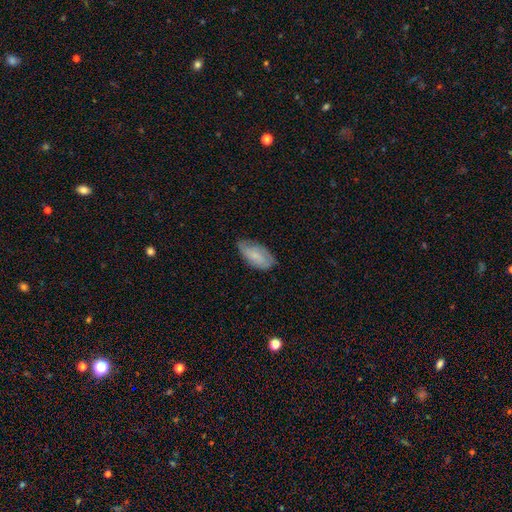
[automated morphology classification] Smooth or featured? smooth (65%)
How rounded? in between (91%)
Merging? none (60%)